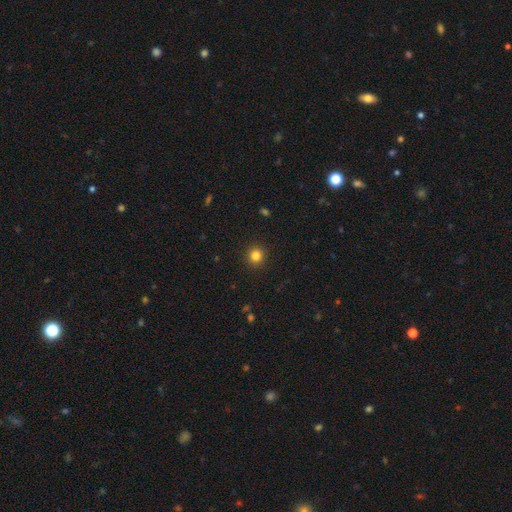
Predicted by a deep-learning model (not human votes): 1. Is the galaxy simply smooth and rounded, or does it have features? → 83% smooth, 13% star or artifact, 5% featured or disk.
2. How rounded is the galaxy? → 94% round, 6% in between, 1% cigar-shaped.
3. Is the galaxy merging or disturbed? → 92% none, 5% minor disturbance, 2% major disturbance, 1% merger.